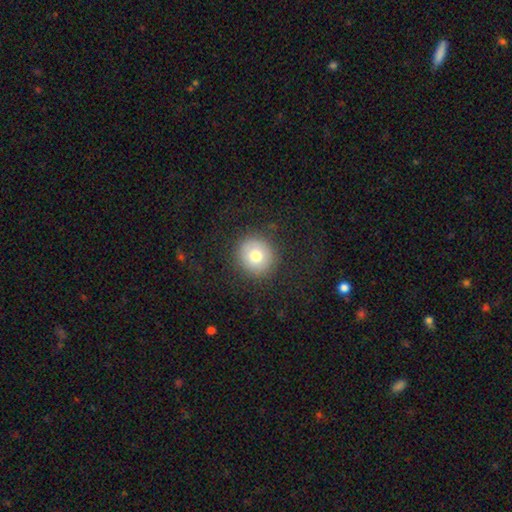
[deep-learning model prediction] Overall: smooth (72%). How rounded: round (92%). Merging: none (87%).